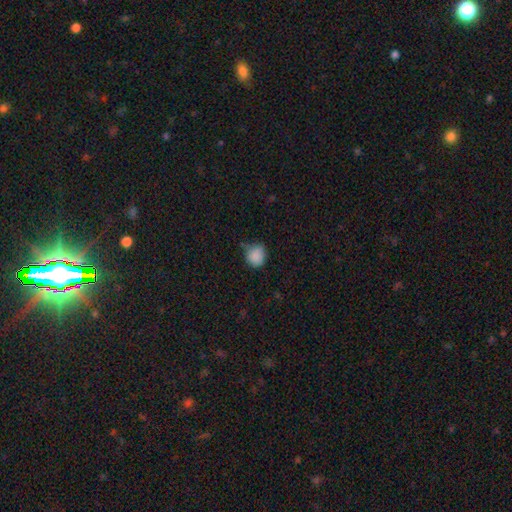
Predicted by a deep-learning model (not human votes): This appears to be a smooth galaxy with no disk features (86%) that is round (76%). Merging: none (57%).